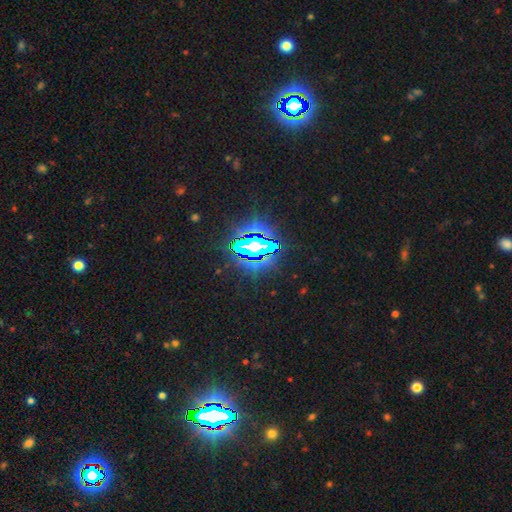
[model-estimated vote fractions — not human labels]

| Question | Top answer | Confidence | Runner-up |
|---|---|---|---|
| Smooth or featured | star or artifact | 82% | smooth (11%) |